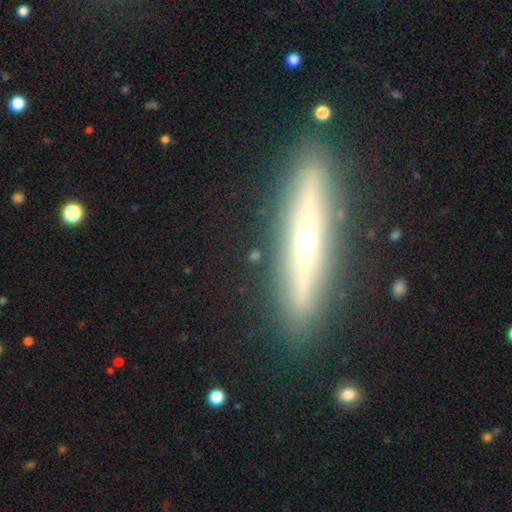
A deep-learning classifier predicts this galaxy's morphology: Smooth or featured: featured or disk — 52% (smooth — 36%)
Edge-on disk: yes — 85% (no — 15%)
Merging: none — 87% (minor disturbance — 8%)